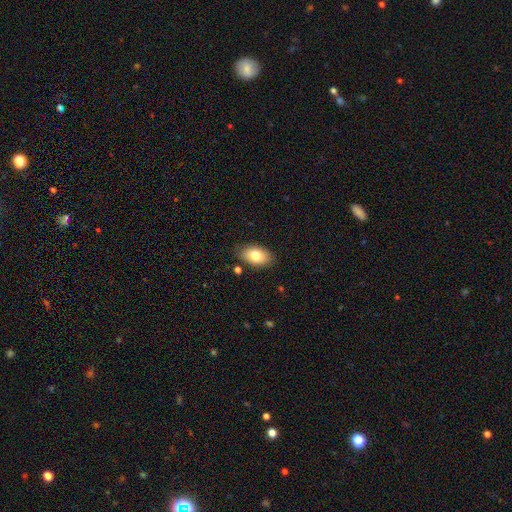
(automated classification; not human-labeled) This appears to be a smooth galaxy with no disk features (78%) that is in between round and cigar-shaped (91%). Merging: none (84%).